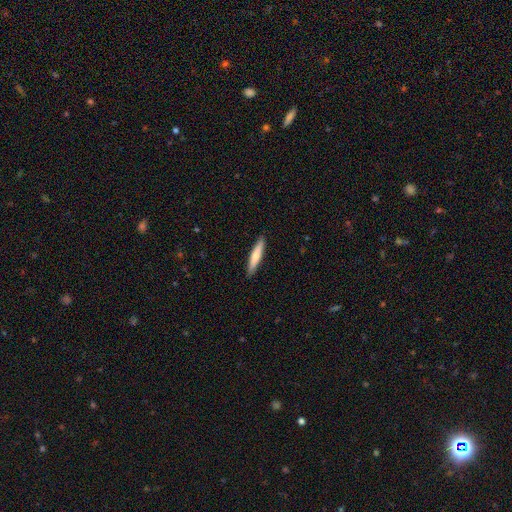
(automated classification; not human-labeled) The model was most divided on "smooth or featured": smooth: 67%, featured or disk: 28%, star or artifact: 5%. More confident: merging — none (90%); how rounded — cigar-shaped (90%).